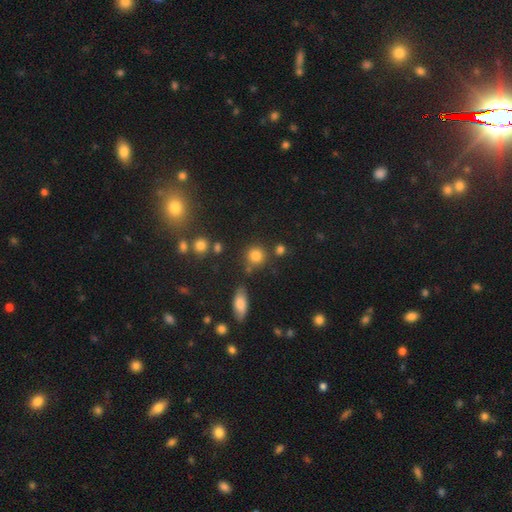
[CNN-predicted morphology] This is clearly a smooth galaxy (81%). How rounded: clearly round (87%). Merging: likely none (75%).